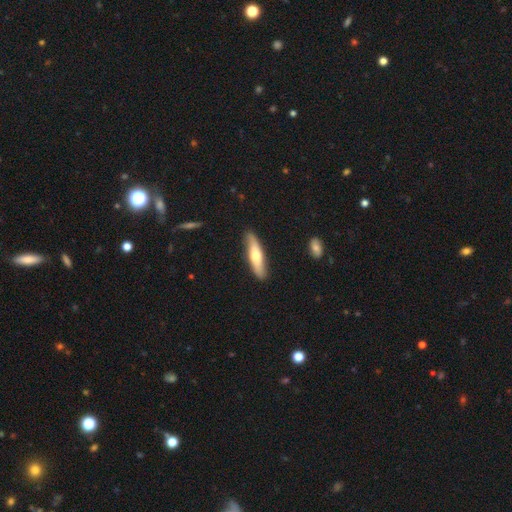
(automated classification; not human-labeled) Smooth or featured: smooth — 57% (featured or disk — 38%)
How rounded: cigar-shaped — 77% (in between — 21%)
Merging: none — 87% (minor disturbance — 10%)